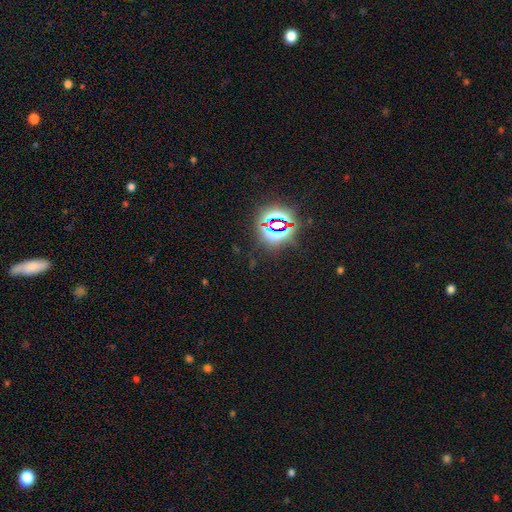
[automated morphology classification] Overall: star or artifact (80%).